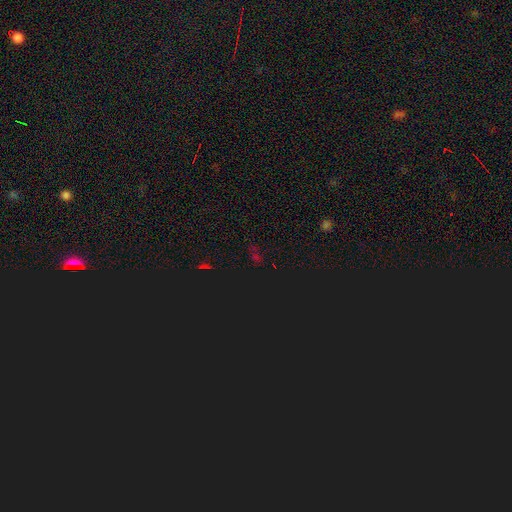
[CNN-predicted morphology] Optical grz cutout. It shows a star or artifact, not a galaxy (70%).